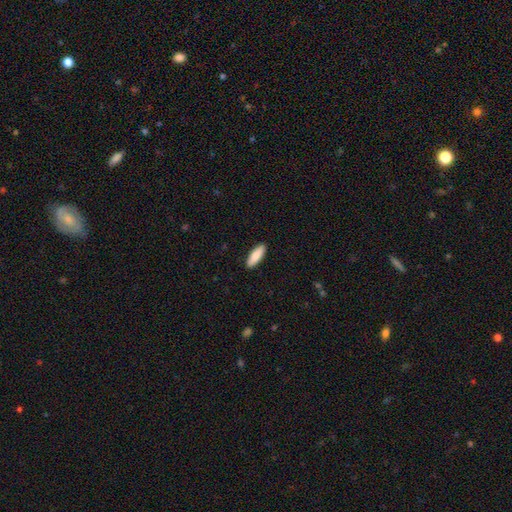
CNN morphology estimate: Q: Smooth or featured?
A: smooth (86%); runner-up: featured or disk (9%)
Q: How rounded?
A: in between (57%); runner-up: cigar-shaped (42%)
Q: Merging?
A: none (90%); runner-up: minor disturbance (7%)